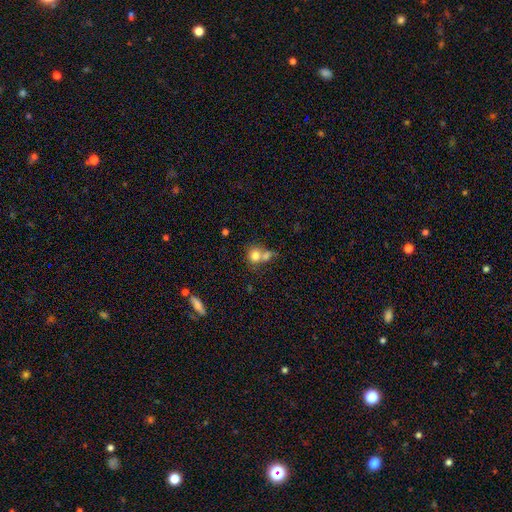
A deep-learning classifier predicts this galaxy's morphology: smooth-or-featured: smooth: 77% | featured or disk: 13% | star or artifact: 10%
  how-rounded: round: 76% | in between: 23% | cigar-shaped: 1%
  merging: merger: 52% | none: 35% | minor disturbance: 9% | major disturbance: 5%